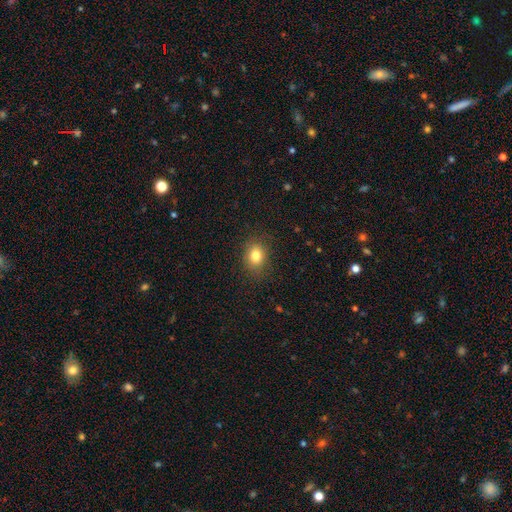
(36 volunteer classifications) Morphology: type=smooth (81%); roundness=in between (55%); merging=none (83%).